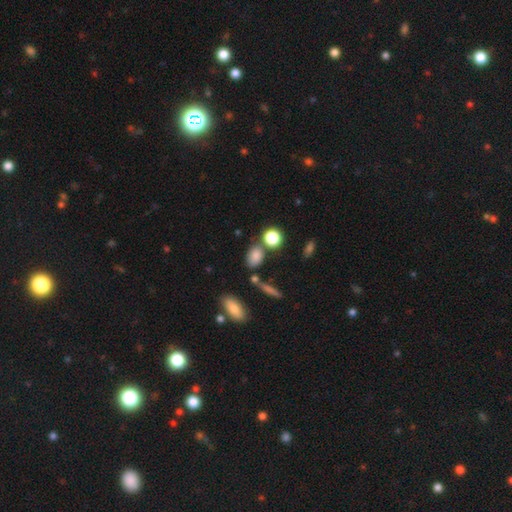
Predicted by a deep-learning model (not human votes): A smooth galaxy with no disk features (79%) that is in between round and cigar-shaped (66%).

Vote fractions:
- Smooth or featured? smooth: 79% / star or artifact: 12% / featured or disk: 8%
- How rounded? in between: 66% / round: 30% / cigar-shaped: 4%
- Merging? none: 64% / merger: 17% / minor disturbance: 14% / major disturbance: 5%